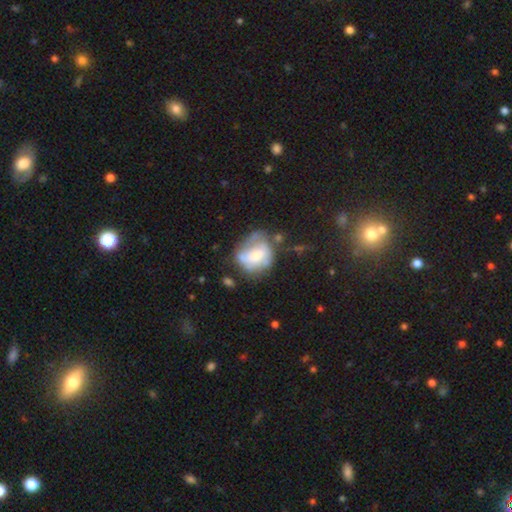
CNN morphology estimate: Q: Smooth or featured?
A: featured or disk (53%); runner-up: smooth (39%)
Q: Edge-on disk?
A: no (97%); runner-up: yes (3%)
Q: Bar?
A: no (63%); runner-up: weak (28%)
Q: Spiral arms?
A: yes (51%); runner-up: no (49%)
Q: Bulge size?
A: moderate (47%); runner-up: small (39%)
Q: Merging?
A: none (39%); runner-up: minor disturbance (28%)